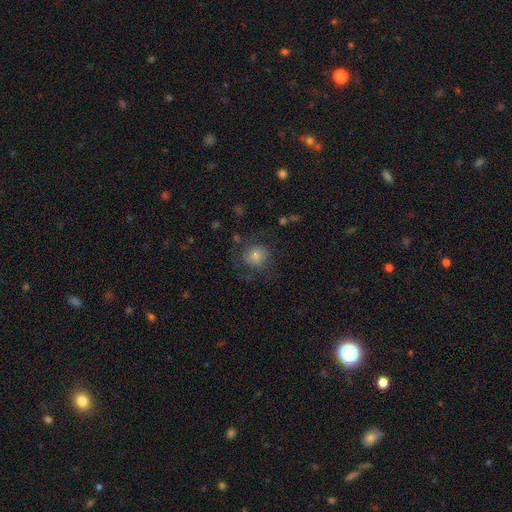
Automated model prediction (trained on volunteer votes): This appears to be a smooth galaxy with no disk features (51%) that is round (82%). Merging: none (66%).